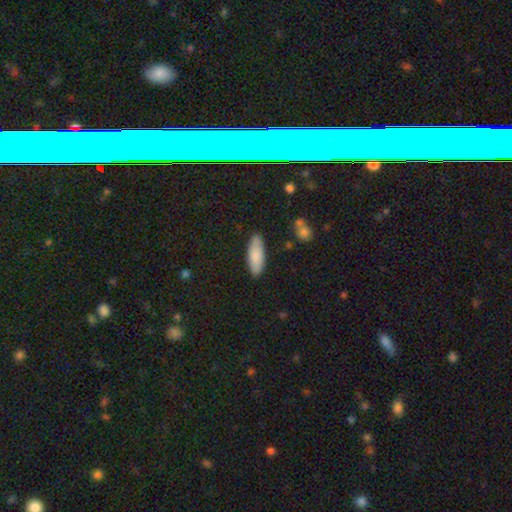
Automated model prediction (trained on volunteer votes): A smooth galaxy with no disk features (86%) that is in between round and cigar-shaped (64%).

Vote fractions:
- Smooth or featured? smooth: 86% / featured or disk: 8% / star or artifact: 6%
- How rounded? in between: 64% / cigar-shaped: 34% / round: 2%
- Merging? none: 87% / minor disturbance: 9% / major disturbance: 2% / merger: 1%